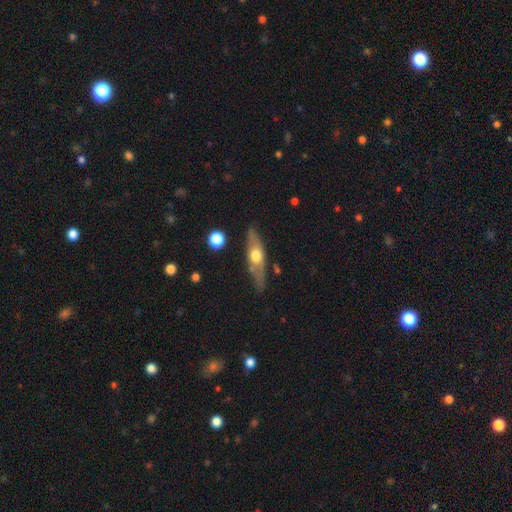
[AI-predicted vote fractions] Morphology: type=featured or disk (57%); edge-on=yes (78%); merging=none (77%).